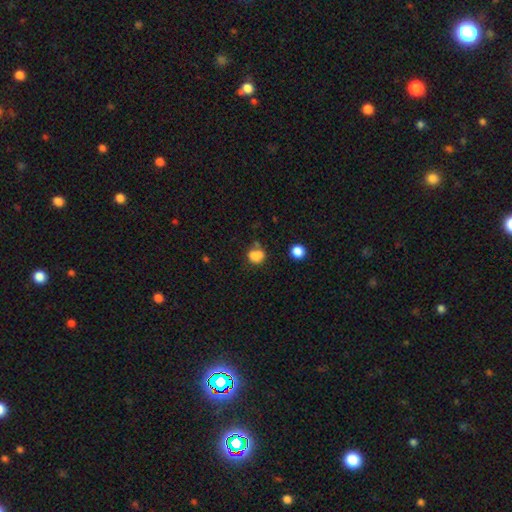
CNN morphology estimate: Q: Smooth or featured?
A: smooth (75%); runner-up: star or artifact (12%)
Q: How rounded?
A: round (57%); runner-up: in between (42%)
Q: Merging?
A: none (43%); runner-up: merger (25%)